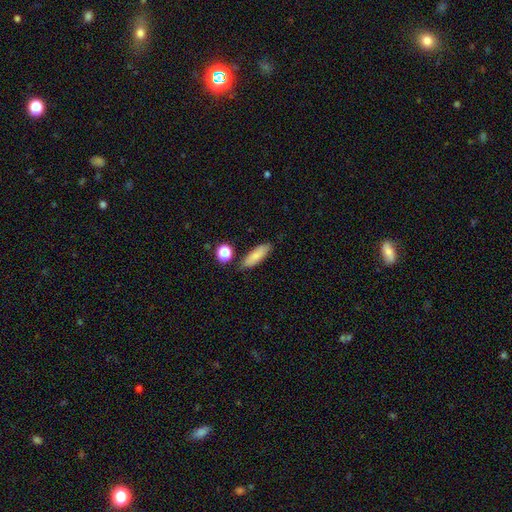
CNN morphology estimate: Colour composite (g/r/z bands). It shows a smooth galaxy with no disk features (81%) that is in between round and cigar-shaped (57%). Merging: none (81%).